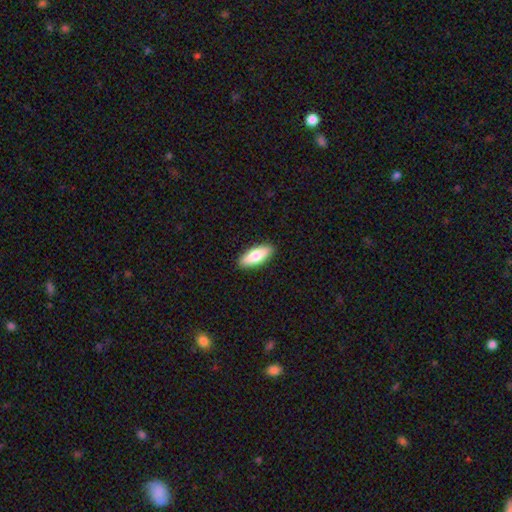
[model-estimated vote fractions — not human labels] This is likely a smooth galaxy (74%). How rounded: likely in between (70%). Merging: clearly none (90%).